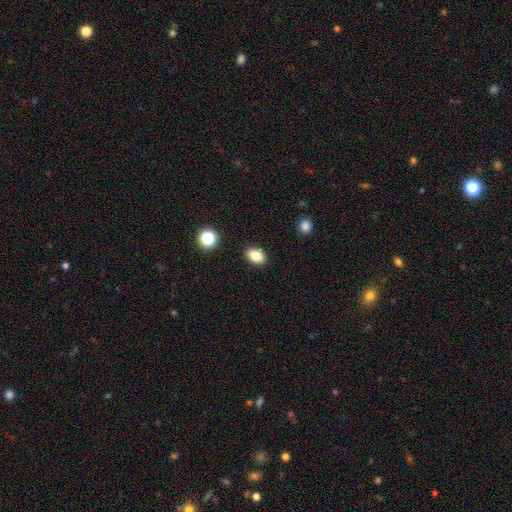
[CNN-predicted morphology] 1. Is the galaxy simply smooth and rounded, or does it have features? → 84% smooth, 10% star or artifact, 6% featured or disk.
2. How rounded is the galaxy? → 83% in between, 15% round, 1% cigar-shaped.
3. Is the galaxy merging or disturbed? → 89% none, 8% minor disturbance, 2% major disturbance, 1% merger.